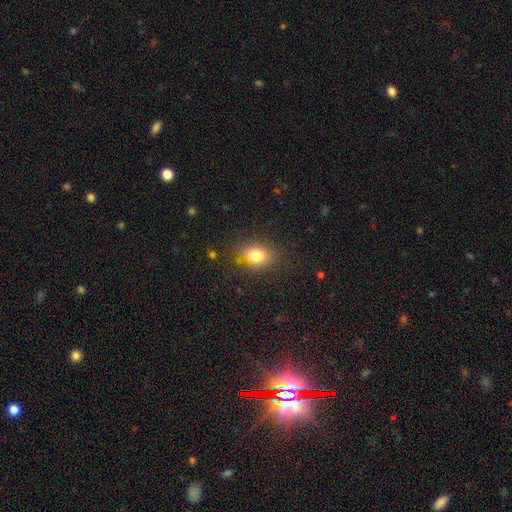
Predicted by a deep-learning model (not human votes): A smooth galaxy with no disk features (78%) that is in between round and cigar-shaped (60%).

Vote fractions:
- Smooth or featured? smooth: 78% / star or artifact: 13% / featured or disk: 9%
- How rounded? in between: 60% / round: 38% / cigar-shaped: 2%
- Merging? none: 77% / minor disturbance: 16% / major disturbance: 5% / merger: 2%